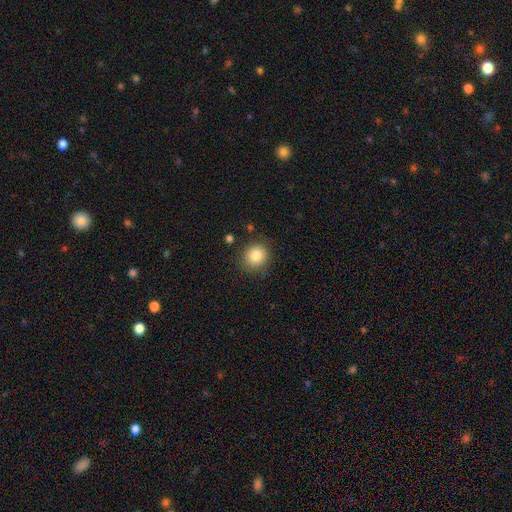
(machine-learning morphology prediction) smooth-or-featured: smooth: 83% | star or artifact: 10% | featured or disk: 7%
  how-rounded: round: 86% | in between: 13% | cigar-shaped: 1%
  merging: none: 84% | minor disturbance: 11% | major disturbance: 3% | merger: 2%